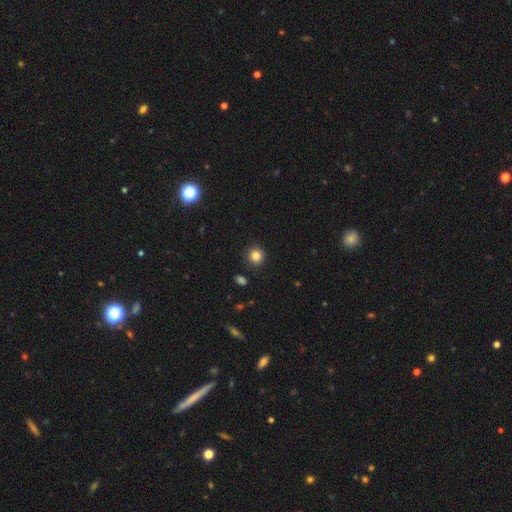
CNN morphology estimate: This is clearly a smooth galaxy (84%). How rounded: clearly round (91%). Merging: clearly none (88%).